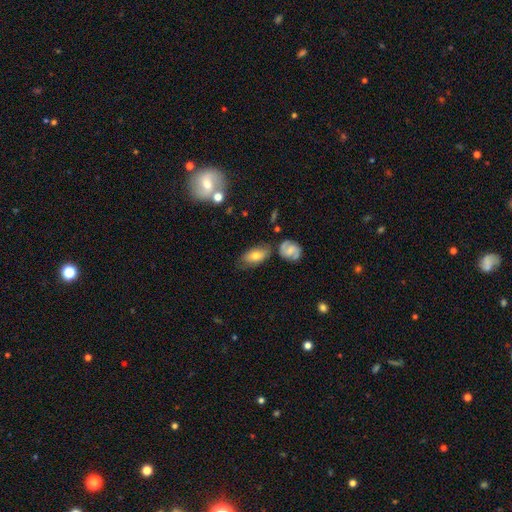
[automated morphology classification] smooth_or_featured: smooth (p=0.65) [alt: featured or disk p=0.27]
how_rounded: in between (p=0.88) [alt: round p=0.07]
merging: none (p=0.62) [alt: minor disturbance p=0.24]